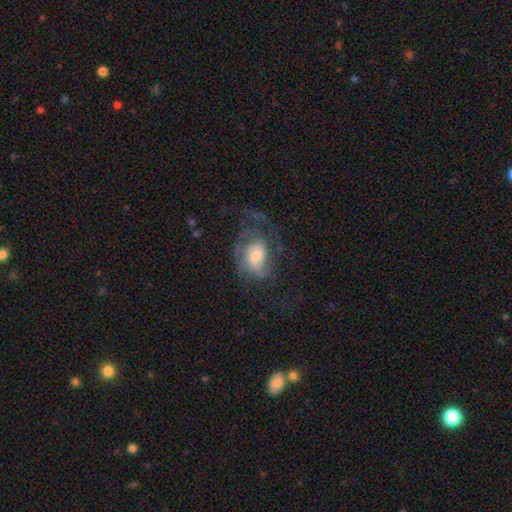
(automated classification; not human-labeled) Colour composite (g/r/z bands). It shows a featured or disk galaxy (66%) with no bar (65%), 2 (34%) medium (43%) spiral arms (82%) and a moderate central bulge (47%). Merging: none (42%).